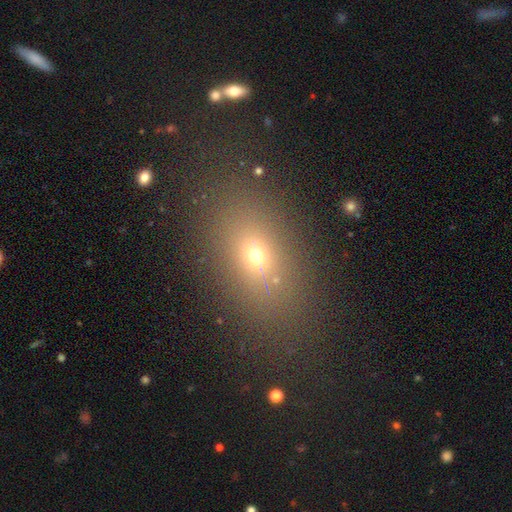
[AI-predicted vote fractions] smooth-or-featured: smooth: 63% | star or artifact: 22% | featured or disk: 15%
  how-rounded: in between: 74% | round: 22% | cigar-shaped: 4%
  merging: none: 83% | minor disturbance: 10% | major disturbance: 5% | merger: 3%